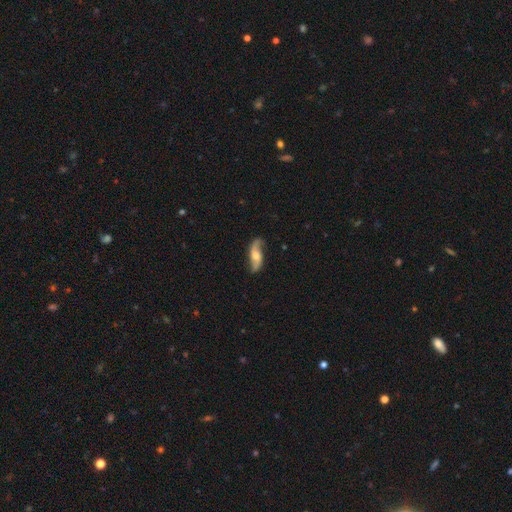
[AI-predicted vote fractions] A featured or disk galaxy (79%) with no bar (57%), 2 (92%) loose (76%) spiral arms (95%) and a moderate central bulge (59%).

Vote fractions:
- Smooth or featured? featured or disk: 79% / smooth: 16% / star or artifact: 5%
- Edge-on disk? no: 89% / yes: 11%
- Bar? no: 57% / weak: 32% / strong: 11%
- Spiral arms? yes: 95% / no: 5%
- Spiral winding? loose: 76% / medium: 18% / tight: 6%
- Spiral arm count? 2: 92% / can't tell: 3% / 1: 2% / 3: 1% / 4: 1% / more than 4: 1%
- Bulge size? moderate: 59% / small: 23% / large: 11% / none: 5% / dominant: 2%
- Merging? none: 78% / minor disturbance: 16% / major disturbance: 5% / merger: 2%